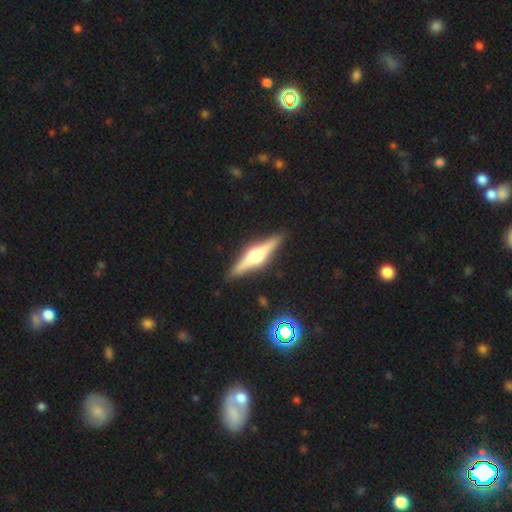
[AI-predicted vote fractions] smooth_or_featured: featured or disk (p=0.76) [alt: smooth p=0.19]
disk_edge_on: yes (p=0.97) [alt: no p=0.03]
edge_on_bulge: rounded (p=0.93) [alt: boxy p=0.05]
merging: none (p=0.90) [alt: minor disturbance p=0.07]